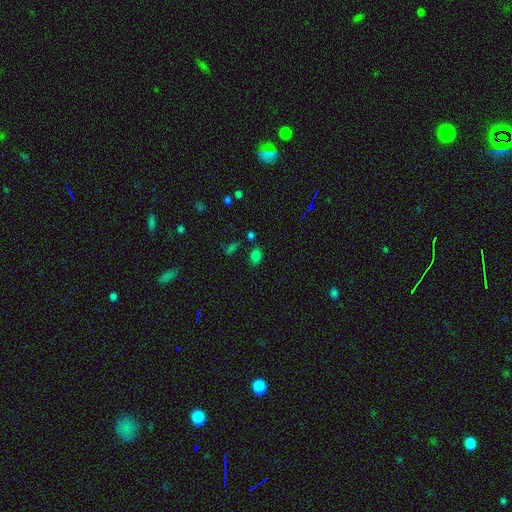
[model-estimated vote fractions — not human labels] Smooth or featured?
  - smooth: 75% *
  - star or artifact: 19%
  - featured or disk: 5%
How rounded?
  - in between: 69% *
  - round: 29%
  - cigar-shaped: 2%
Merging?
  - none: 73% *
  - minor disturbance: 14%
  - merger: 8%
  - major disturbance: 5%